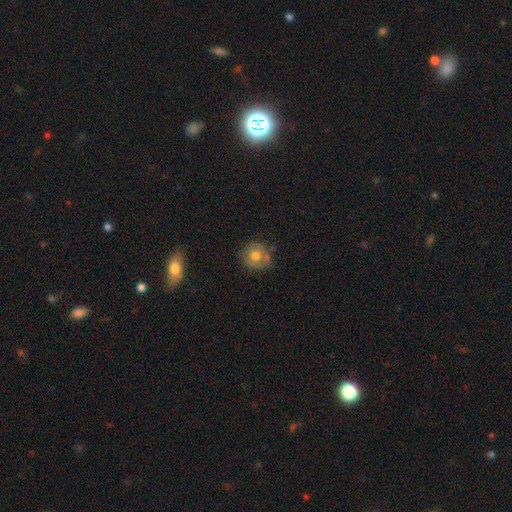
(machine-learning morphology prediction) Smooth or featured?
  - smooth: 66% *
  - featured or disk: 25%
  - star or artifact: 9%
How rounded?
  - round: 89% *
  - in between: 11%
  - cigar-shaped: 1%
Merging?
  - none: 67% *
  - minor disturbance: 20%
  - merger: 8%
  - major disturbance: 5%